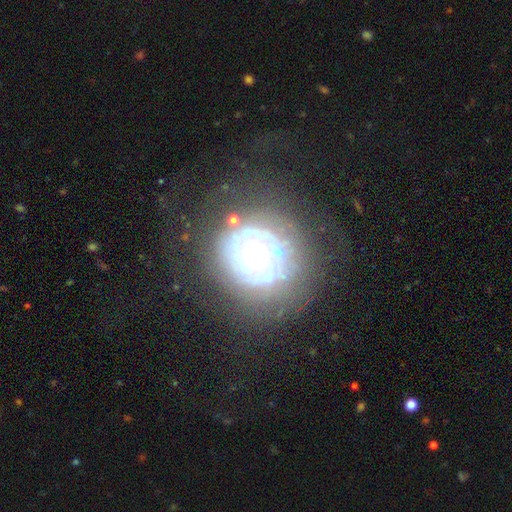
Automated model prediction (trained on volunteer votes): smooth-or-featured: featured or disk: 73% | smooth: 18% | star or artifact: 8%
  disk-edge-on: no: 96% | yes: 4%
    bar: no: 85% | weak: 10% | strong: 4%
    has-spiral-arms: no: 58% | yes: 42%
    bulge-size: moderate: 68% | small: 18% | large: 10% | dominant: 2% | none: 2%
  merging: none: 62% | minor disturbance: 19% | major disturbance: 15% | merger: 4%